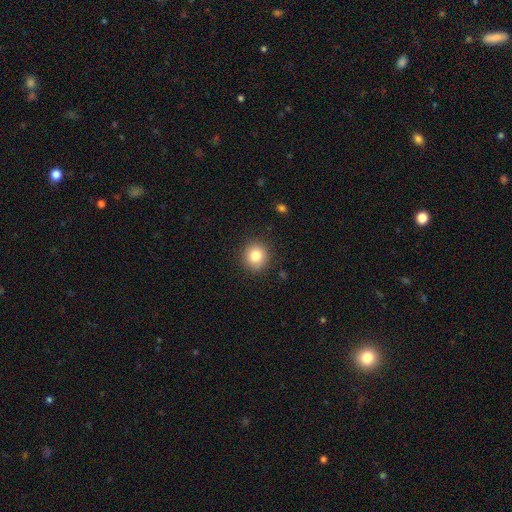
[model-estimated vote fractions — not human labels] Smooth or featured?
  - smooth: 82% *
  - star or artifact: 10%
  - featured or disk: 8%
How rounded?
  - round: 90% *
  - in between: 9%
  - cigar-shaped: 1%
Merging?
  - none: 90% *
  - minor disturbance: 7%
  - major disturbance: 2%
  - merger: 1%